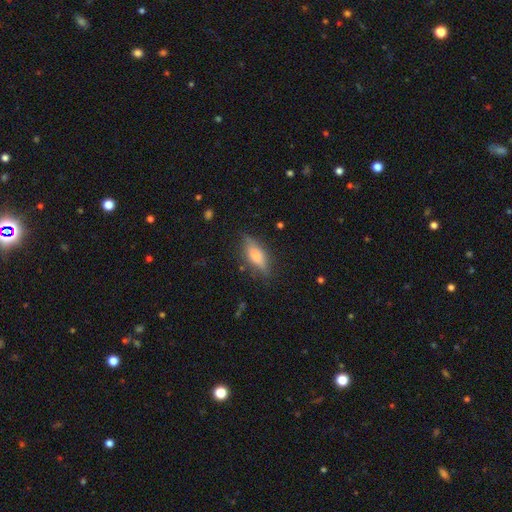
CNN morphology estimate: Q: Smooth or featured?
A: smooth (58%); runner-up: featured or disk (34%)
Q: How rounded?
A: in between (61%); runner-up: cigar-shaped (36%)
Q: Merging?
A: none (78%); runner-up: minor disturbance (16%)